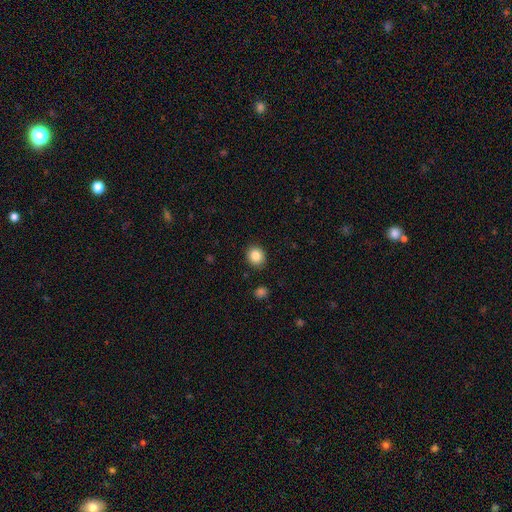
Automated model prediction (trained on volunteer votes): smooth-or-featured: smooth: 86% | star or artifact: 9% | featured or disk: 4%
  how-rounded: round: 84% | in between: 15% | cigar-shaped: 1%
  merging: none: 90% | minor disturbance: 7% | major disturbance: 2% | merger: 1%